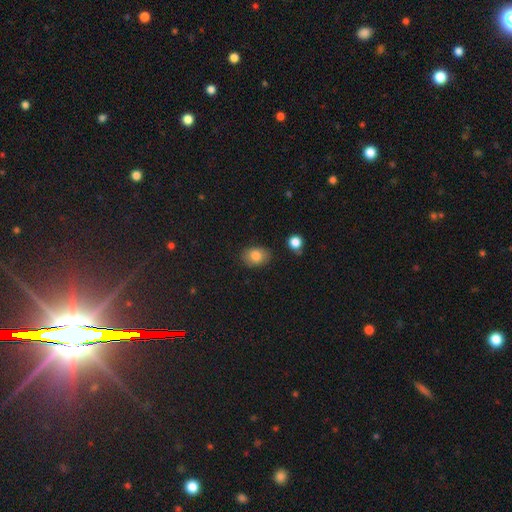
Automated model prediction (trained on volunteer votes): Smooth or featured? smooth (83%)
How rounded? in between (70%)
Merging? none (81%)